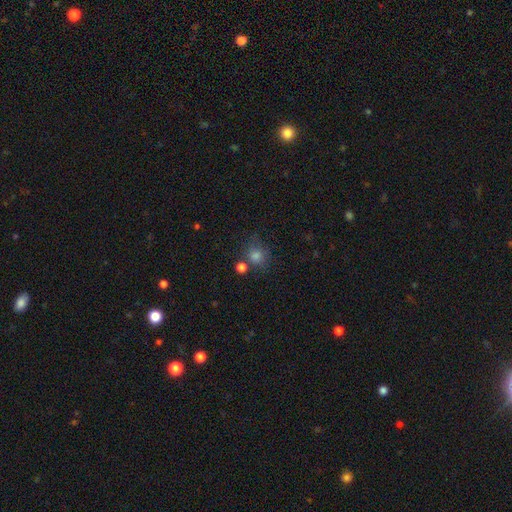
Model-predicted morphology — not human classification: Q: Smooth or featured?
A: smooth (74%); runner-up: star or artifact (18%)
Q: How rounded?
A: round (83%); runner-up: in between (16%)
Q: Merging?
A: none (69%); runner-up: minor disturbance (14%)